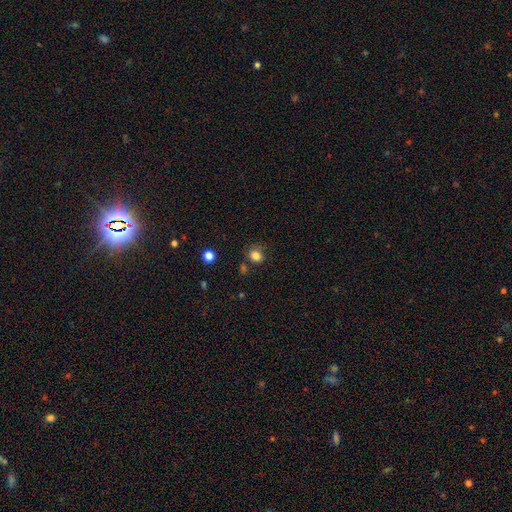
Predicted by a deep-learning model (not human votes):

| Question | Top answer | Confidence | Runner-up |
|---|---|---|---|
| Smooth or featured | smooth | 83% | star or artifact (12%) |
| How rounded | round | 63% | in between (36%) |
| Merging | none | 73% | minor disturbance (16%) |